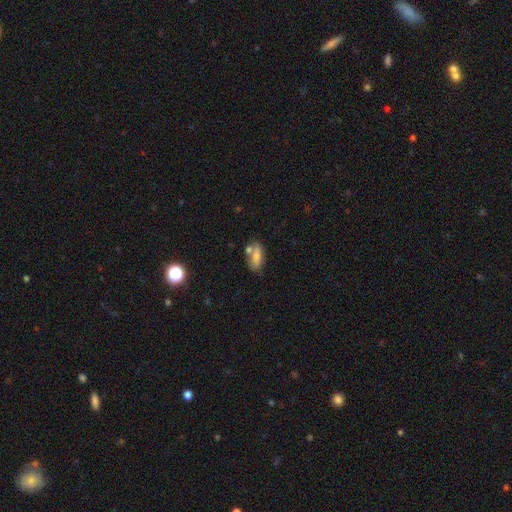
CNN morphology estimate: smooth_or_featured: smooth (p=0.72) [alt: featured or disk p=0.20]
how_rounded: in between (p=0.72) [alt: cigar-shaped p=0.24]
merging: none (p=0.62) [alt: merger p=0.17]